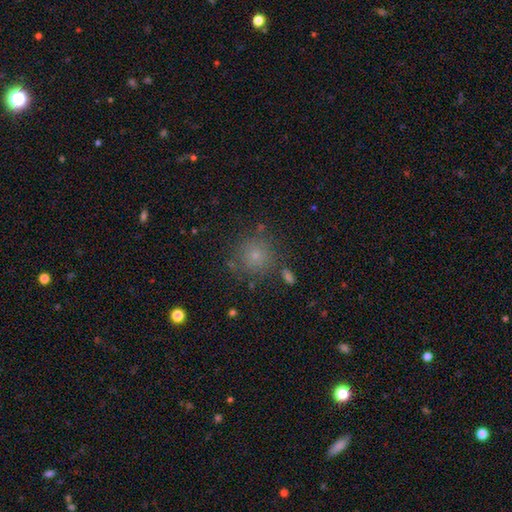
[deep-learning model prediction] Smooth or featured? Predicted: smooth (p=0.70). How rounded? Predicted: round (p=0.93). Merging? Predicted: none (p=0.80).